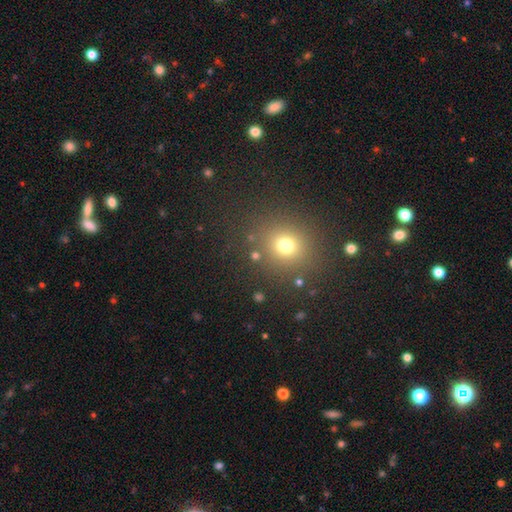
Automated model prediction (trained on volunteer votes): Q: Smooth or featured?
A: smooth (69%); runner-up: star or artifact (24%)
Q: How rounded?
A: round (85%); runner-up: in between (14%)
Q: Merging?
A: none (86%); runner-up: minor disturbance (7%)